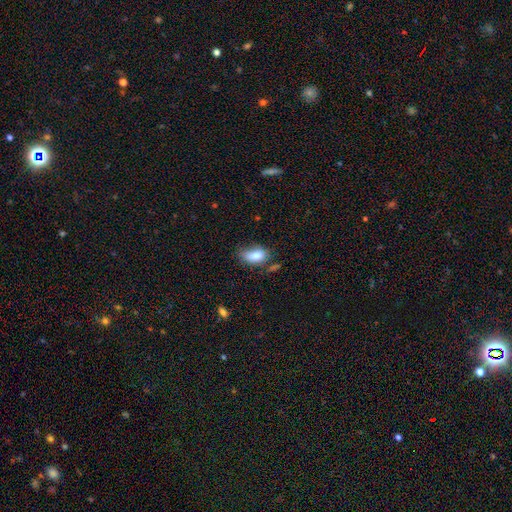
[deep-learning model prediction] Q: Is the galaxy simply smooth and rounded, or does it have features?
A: smooth — 83%.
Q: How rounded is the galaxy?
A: in between — 91%.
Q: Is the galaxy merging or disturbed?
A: none — 50%.